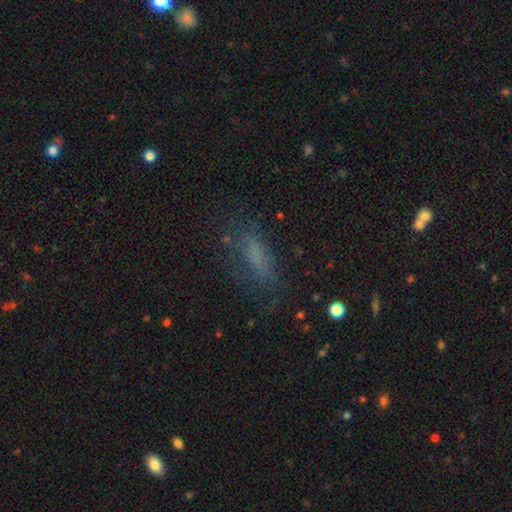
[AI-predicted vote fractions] Smooth or featured? smooth (65%)
How rounded? in between (51%)
Merging? none (66%)